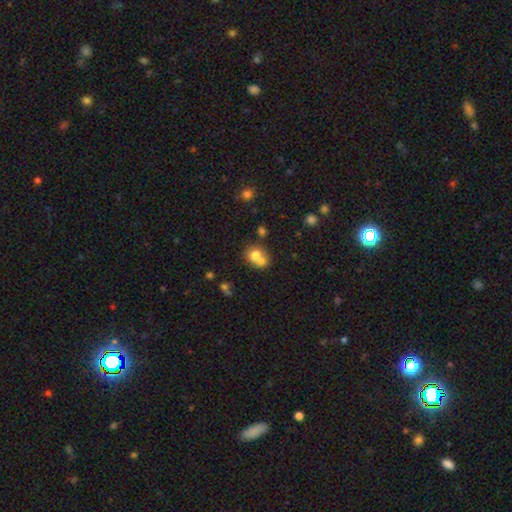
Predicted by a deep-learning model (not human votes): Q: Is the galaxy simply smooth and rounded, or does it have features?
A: smooth — 70%.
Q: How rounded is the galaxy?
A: round — 68%.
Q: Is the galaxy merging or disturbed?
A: merger — 61%.